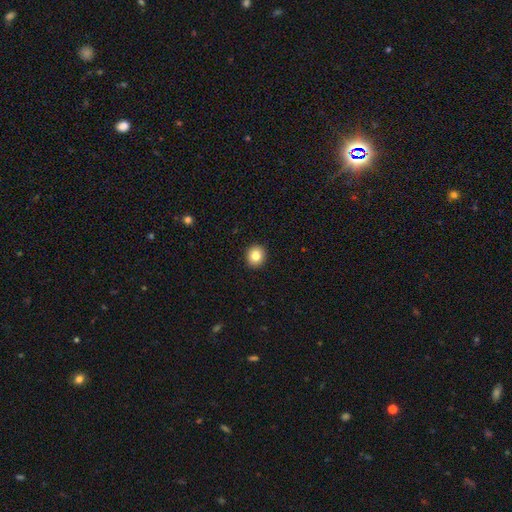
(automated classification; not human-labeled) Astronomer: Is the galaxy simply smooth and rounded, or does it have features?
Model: smooth — 82%.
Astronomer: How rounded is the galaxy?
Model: round — 83%.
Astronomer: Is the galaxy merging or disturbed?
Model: none — 93%.